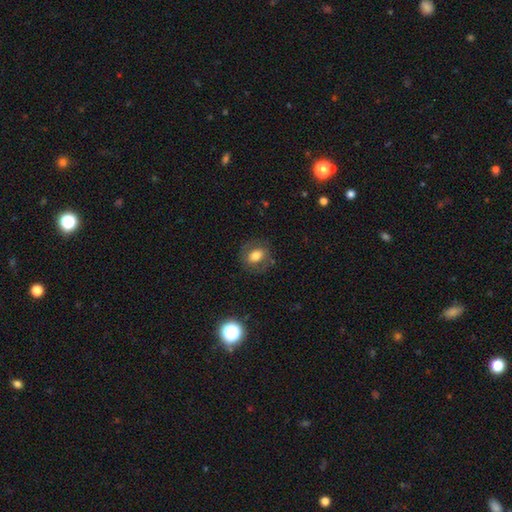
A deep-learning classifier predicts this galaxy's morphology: Overall: smooth (65%). How rounded: in between (52%; round 47%). Merging: none (77%).